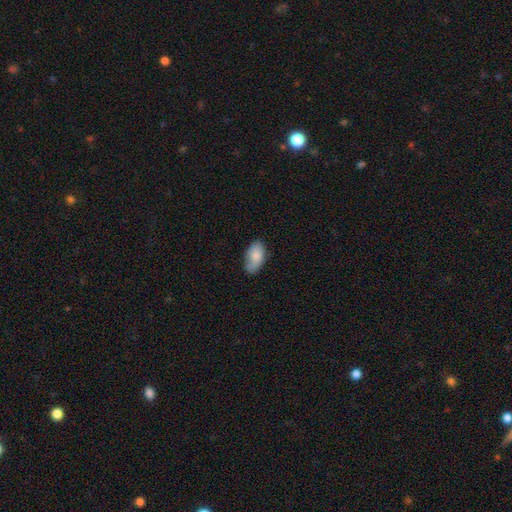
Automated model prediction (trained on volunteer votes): Q: Smooth or featured?
A: smooth (82%); runner-up: featured or disk (12%)
Q: How rounded?
A: in between (94%); runner-up: round (4%)
Q: Merging?
A: none (71%); runner-up: minor disturbance (23%)